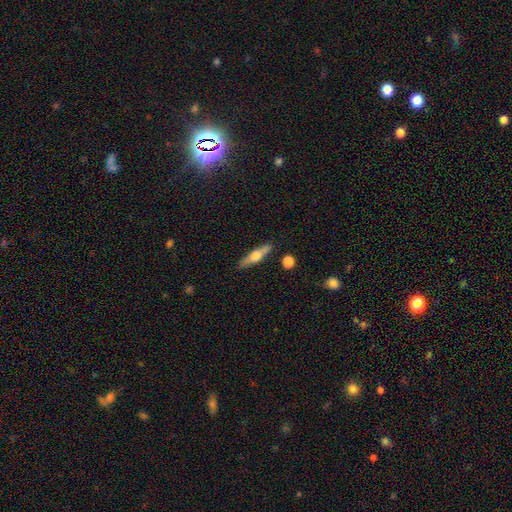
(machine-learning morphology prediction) Smooth or featured: featured or disk — 50% (smooth — 44%)
Edge-on disk: yes — 92% (no — 8%)
Merging: none — 84% (minor disturbance — 10%)